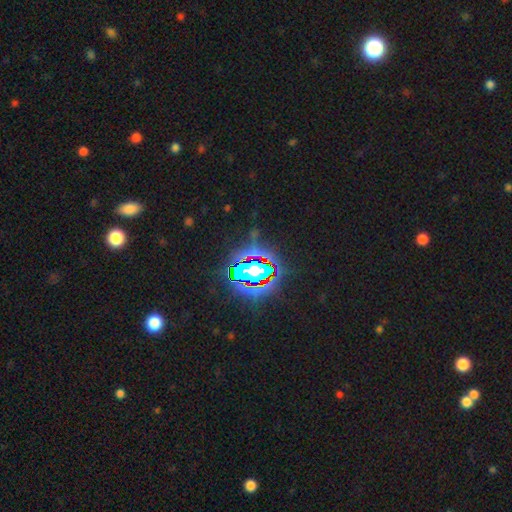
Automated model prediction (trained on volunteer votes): Q: Smooth or featured?
A: star or artifact (78%); runner-up: smooth (12%)